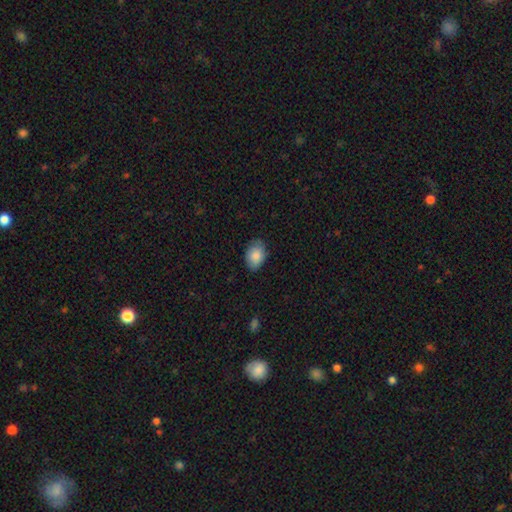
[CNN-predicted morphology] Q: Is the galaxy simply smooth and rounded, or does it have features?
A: smooth — 85%.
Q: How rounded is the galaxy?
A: in between — 83%.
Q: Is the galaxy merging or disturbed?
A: none — 78%.